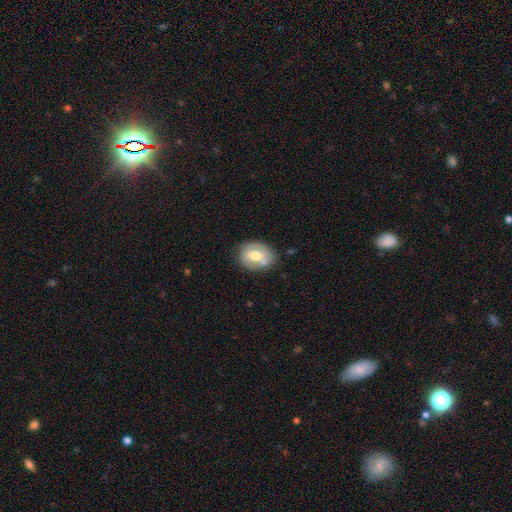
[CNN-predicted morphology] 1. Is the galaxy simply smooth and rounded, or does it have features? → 55% smooth, 38% featured or disk, 7% star or artifact.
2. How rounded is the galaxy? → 60% in between, 39% round, 1% cigar-shaped.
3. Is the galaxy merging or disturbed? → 67% none, 19% minor disturbance, 9% merger, 5% major disturbance.